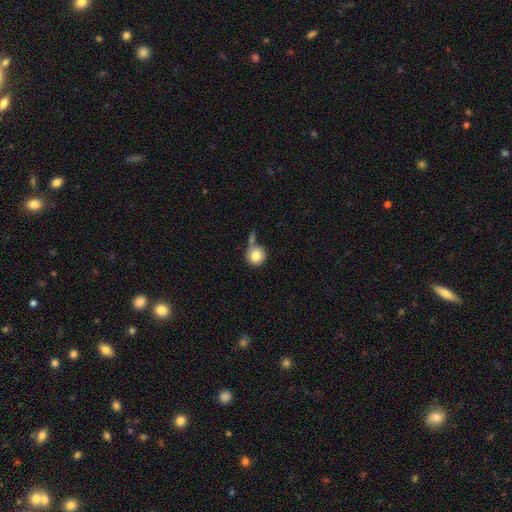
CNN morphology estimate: Smooth or featured?
  - smooth: 80% *
  - featured or disk: 11%
  - star or artifact: 8%
How rounded?
  - round: 92% *
  - in between: 7%
  - cigar-shaped: 1%
Merging?
  - none: 50% *
  - merger: 23%
  - minor disturbance: 17%
  - major disturbance: 10%